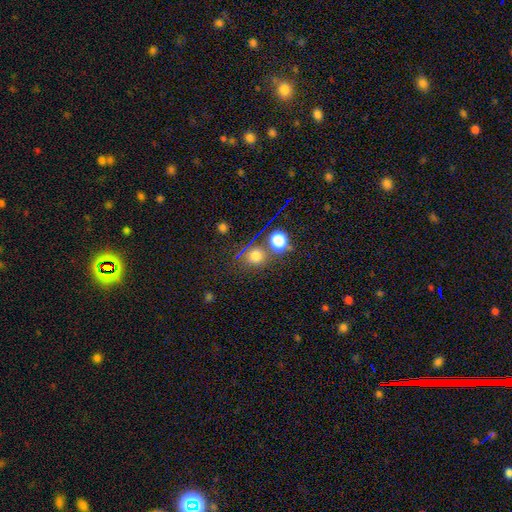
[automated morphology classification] smooth 67%, star or artifact 26%, featured or disk 8%. Down the decision tree: how rounded — round (84%); merging — none (68%).